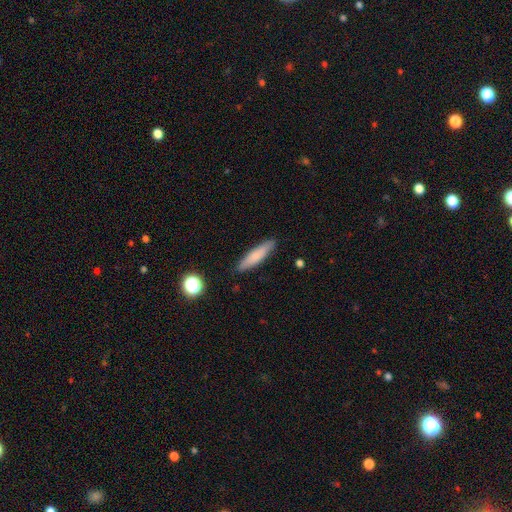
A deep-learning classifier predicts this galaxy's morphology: This appears to be a smooth galaxy with no disk features (76%) that is cigar-shaped (80%). Merging: none (87%).